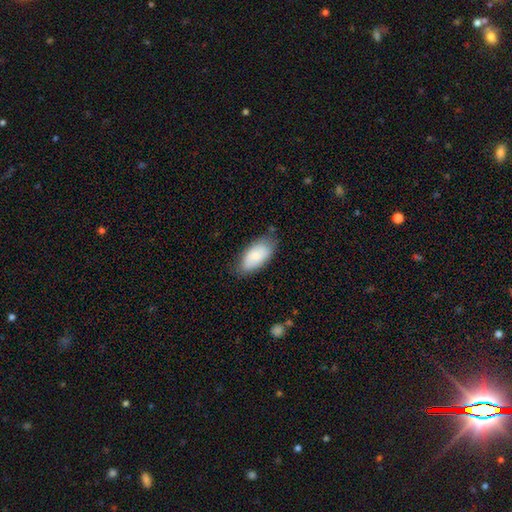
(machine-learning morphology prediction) Smooth or featured? smooth (80%)
How rounded? in between (93%)
Merging? none (74%)